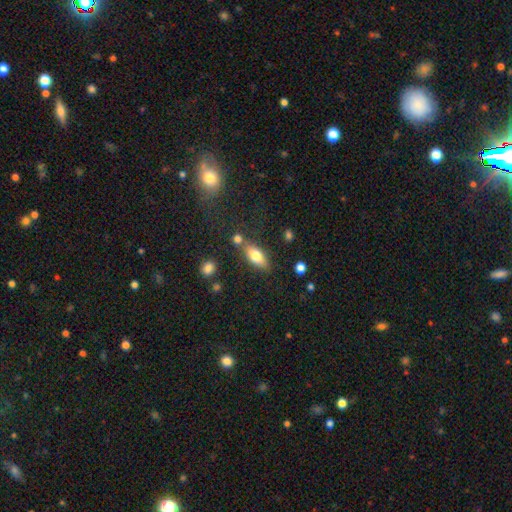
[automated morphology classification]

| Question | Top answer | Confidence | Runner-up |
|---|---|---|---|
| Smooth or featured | smooth | 76% | featured or disk (16%) |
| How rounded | in between | 82% | cigar-shaped (14%) |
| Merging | none | 70% | minor disturbance (14%) |